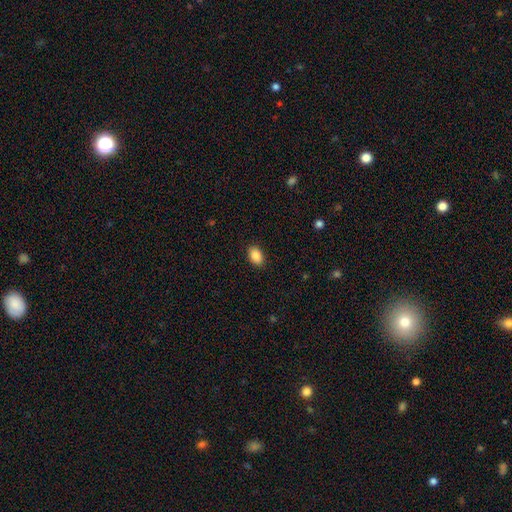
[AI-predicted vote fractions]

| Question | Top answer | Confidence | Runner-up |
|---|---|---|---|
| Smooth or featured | smooth | 89% | star or artifact (8%) |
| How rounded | in between | 88% | round (11%) |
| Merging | none | 89% | minor disturbance (8%) |